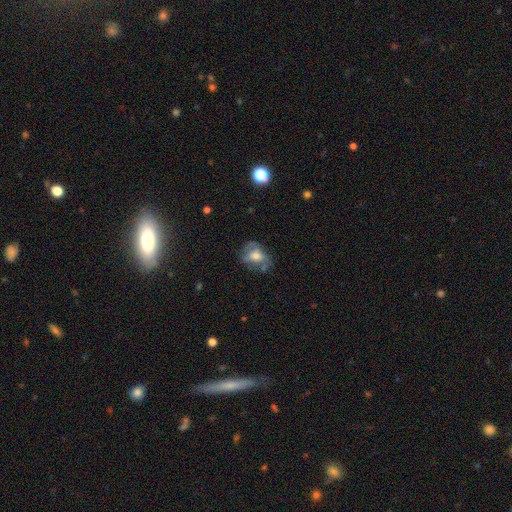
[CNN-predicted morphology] This appears to be a featured or disk galaxy (48%). Merging: none (49%).